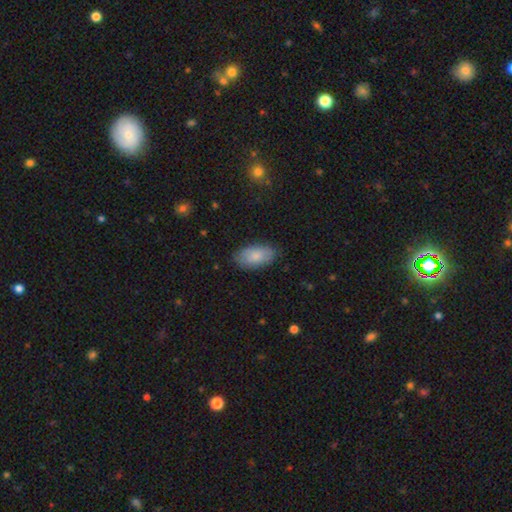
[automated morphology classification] Smooth or featured: smooth — 81% (featured or disk — 13%)
How rounded: in between — 95% (round — 3%)
Merging: none — 82% (minor disturbance — 14%)